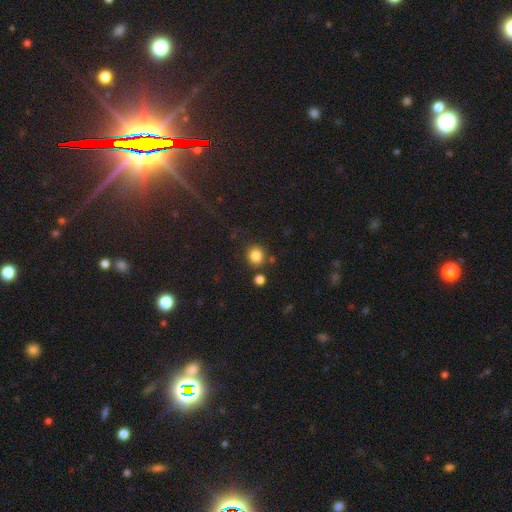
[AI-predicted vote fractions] Smooth or featured? smooth (84%)
How rounded? round (88%)
Merging? none (80%)